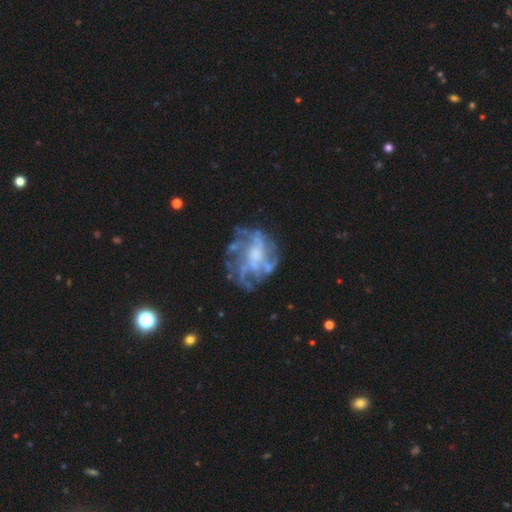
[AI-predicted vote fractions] This is likely a featured or disk galaxy (79%). It is clearly not viewed edge-on (97%). Bar: likely no (63%). Spiral arm pattern: likely yes (72%). Spiral arm count: marginally can't tell (39%). Spiral winding: marginally medium (39%). Central bulge: marginally moderate (40%). Merging: likely none (61%).